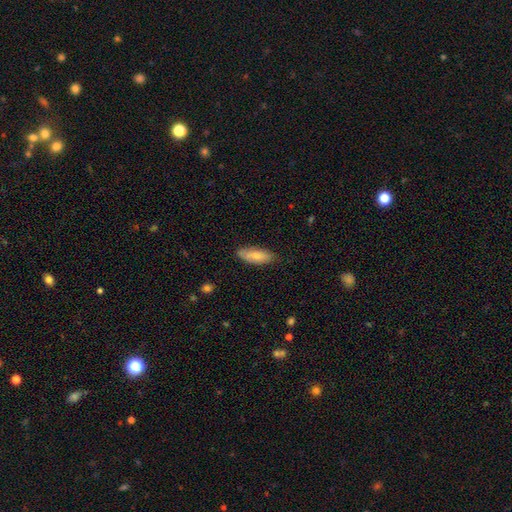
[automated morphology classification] Smooth or featured? Predicted: smooth (p=0.78). How rounded? Predicted: in between (p=0.69). Merging? Predicted: none (p=0.79).